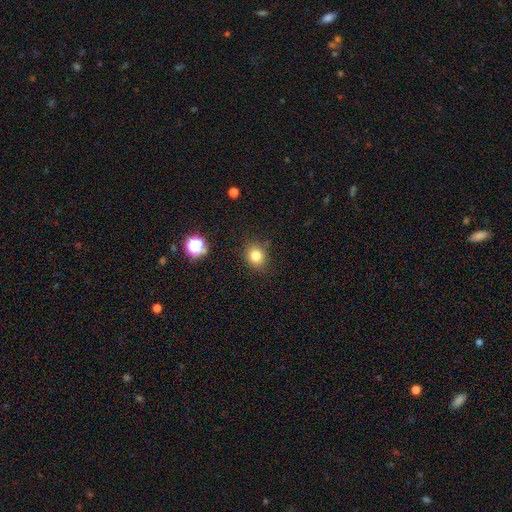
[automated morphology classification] Smooth or featured? Predicted: smooth (p=0.80). How rounded? Predicted: round (p=0.72). Merging? Predicted: none (p=0.84).